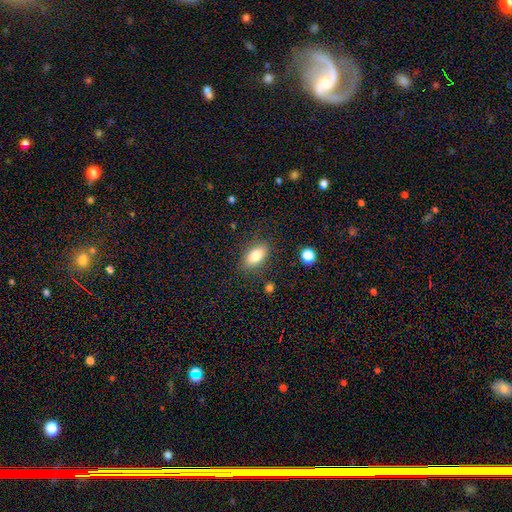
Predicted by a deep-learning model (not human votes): A smooth galaxy with no disk features (81%) that is in between round and cigar-shaped (88%). Merging: none (83%).